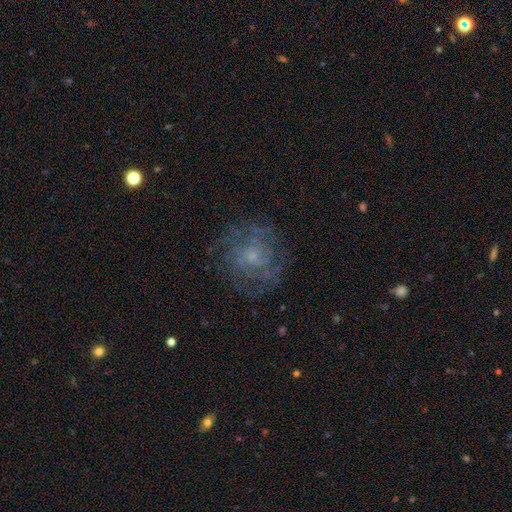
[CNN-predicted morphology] Smooth or featured? Predicted: featured or disk (p=0.57). Edge-on disk? Predicted: no (p=0.97). Bar? Predicted: no (p=0.74). Spiral arms? Predicted: yes (p=0.80). Bulge size? Predicted: small (p=0.58). Merging? Predicted: none (p=0.78).